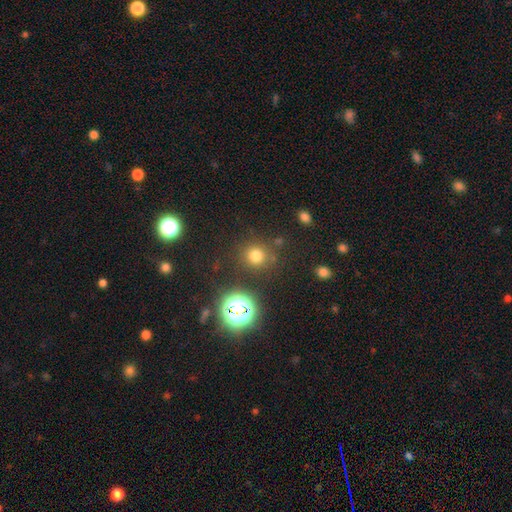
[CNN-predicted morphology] Smooth or featured? smooth (72%)
How rounded? round (91%)
Merging? none (83%)